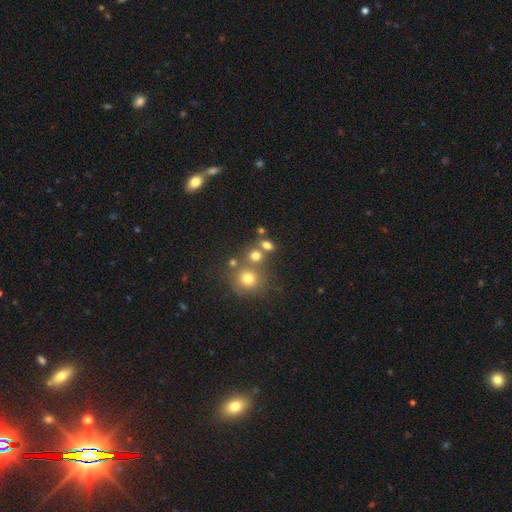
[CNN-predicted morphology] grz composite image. It shows a smooth galaxy with no disk features (72%) that is round (64%). Merging: none (55%).